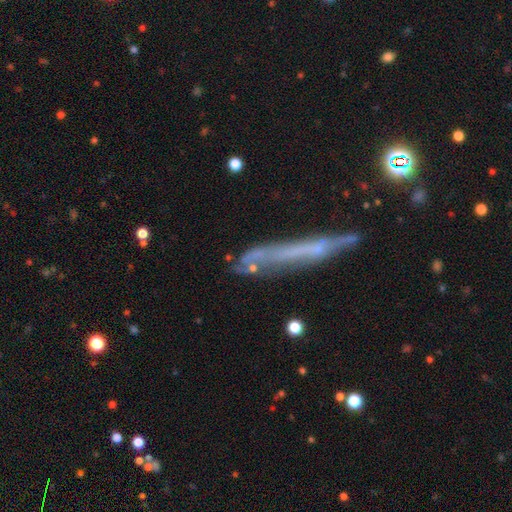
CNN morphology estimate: The model was most divided on "smooth or featured": featured or disk: 45%, smooth: 41%, star or artifact: 14%. More confident: merging — none (56%).